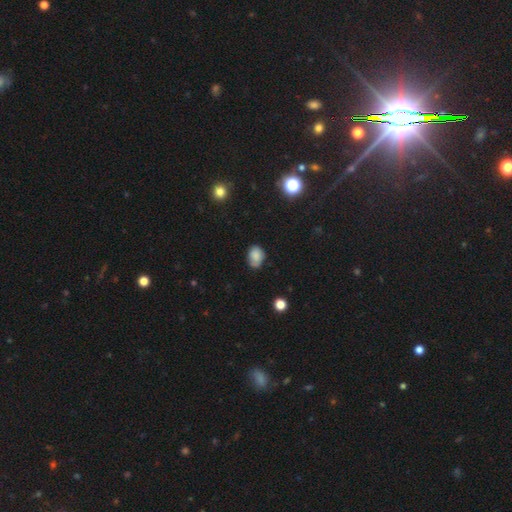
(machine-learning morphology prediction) A smooth galaxy with no disk features (80%) that is in between round and cigar-shaped (70%). Merging: none (59%).